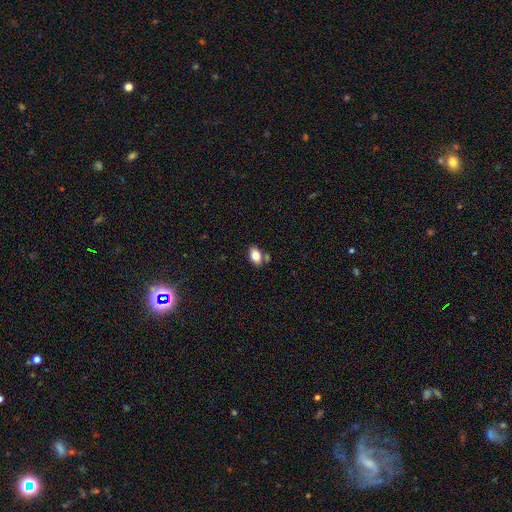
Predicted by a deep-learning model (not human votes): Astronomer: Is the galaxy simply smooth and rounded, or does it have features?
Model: smooth — 83%.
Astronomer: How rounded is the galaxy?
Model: in between — 88%.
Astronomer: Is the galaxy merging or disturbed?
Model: none — 68%.